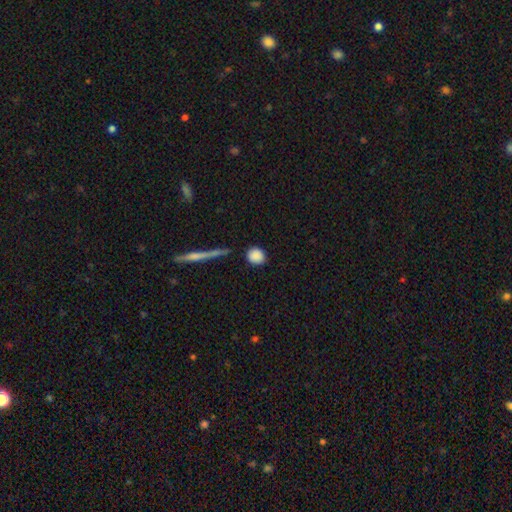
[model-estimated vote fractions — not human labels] This is clearly a smooth galaxy (88%). How rounded: clearly round (82%). Merging: clearly none (86%).